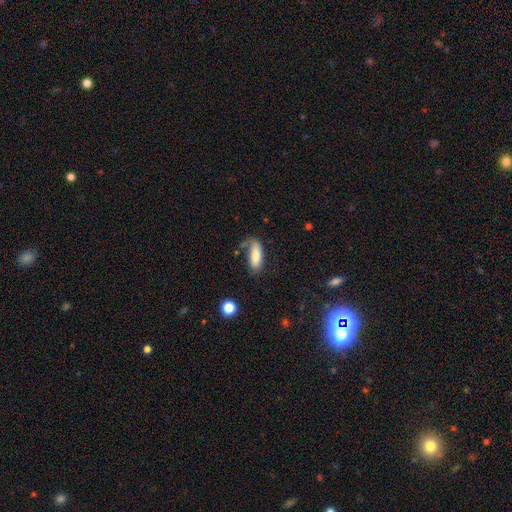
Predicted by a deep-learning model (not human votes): Smooth or featured? smooth (81%)
How rounded? in between (69%)
Merging? none (58%)